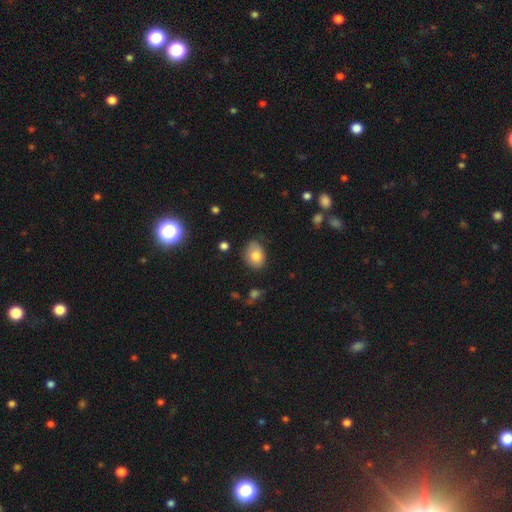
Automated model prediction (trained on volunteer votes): Smooth or featured? smooth (81%)
How rounded? in between (70%)
Merging? none (68%)